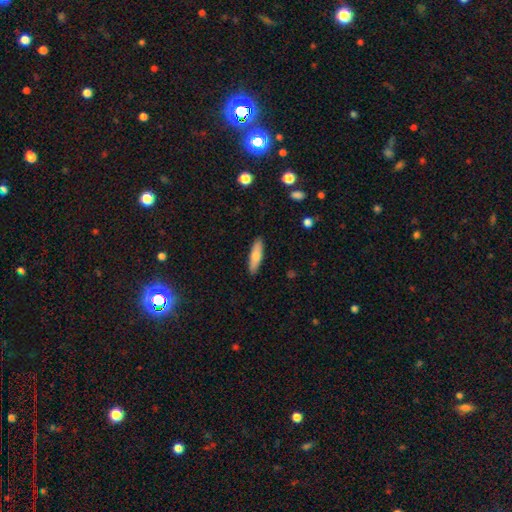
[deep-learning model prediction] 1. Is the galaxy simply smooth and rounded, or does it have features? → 74% smooth, 20% featured or disk, 6% star or artifact.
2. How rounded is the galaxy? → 64% cigar-shaped, 34% in between, 2% round.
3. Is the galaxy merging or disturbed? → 89% none, 8% minor disturbance, 2% major disturbance, 1% merger.